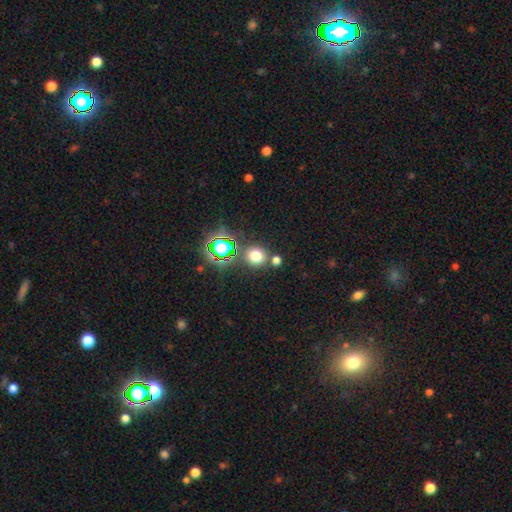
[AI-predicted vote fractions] Smooth or featured? Predicted: smooth (p=0.69). How rounded? Predicted: round (p=0.85). Merging? Predicted: none (p=0.74).